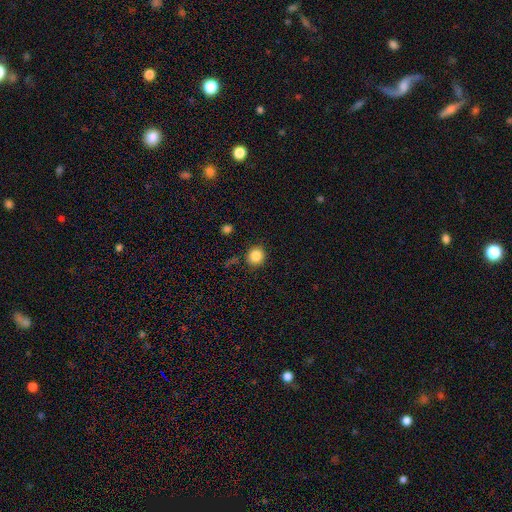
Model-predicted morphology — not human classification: Smooth or featured?
  - smooth: 85% *
  - star or artifact: 10%
  - featured or disk: 4%
How rounded?
  - round: 90% *
  - in between: 9%
  - cigar-shaped: 1%
Merging?
  - none: 85% *
  - minor disturbance: 9%
  - merger: 3%
  - major disturbance: 3%